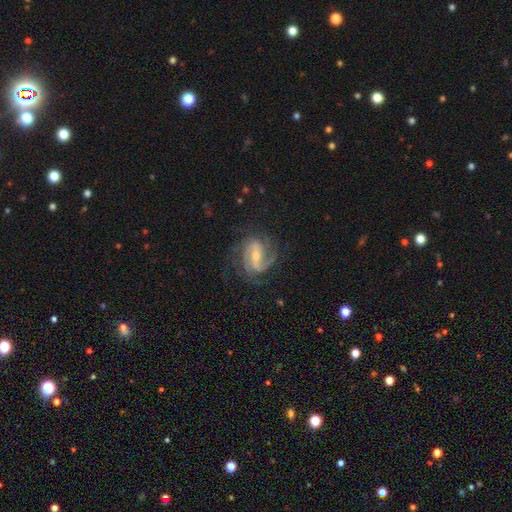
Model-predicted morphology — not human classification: A featured or disk galaxy (89%) with a weak bar (43%), 2 (53%) medium (48%) spiral arms (97%) and a small central bulge (48%).

Vote fractions:
- Smooth or featured? featured or disk: 89% / smooth: 6% / star or artifact: 5%
- Edge-on disk? no: 97% / yes: 3%
- Bar? weak: 43% / strong: 39% / no: 18%
- Spiral arms? yes: 97% / no: 3%
- Spiral winding? medium: 48% / tight: 33% / loose: 18%
- Spiral arm count? 2: 53% / 3: 23% / can't tell: 11% / 1: 5% / 4: 5% / more than 4: 3%
- Bulge size? small: 48% / moderate: 47% / large: 2% / none: 1% / dominant: 1%
- Merging? none: 71% / minor disturbance: 17% / major disturbance: 10% / merger: 1%